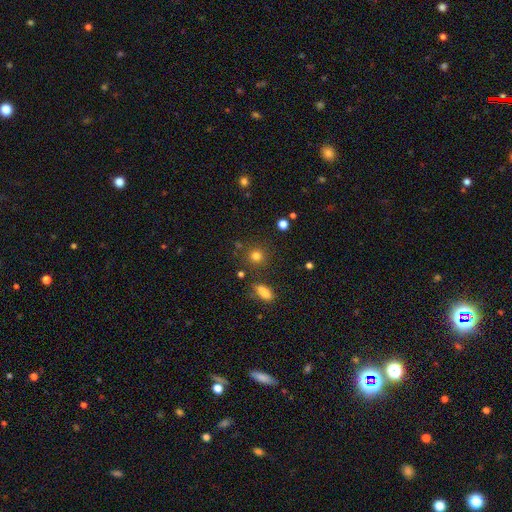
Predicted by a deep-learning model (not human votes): The model was most divided on "smooth or featured": smooth: 78%, star or artifact: 15%, featured or disk: 7%. More confident: how rounded — round (88%); merging — none (82%).